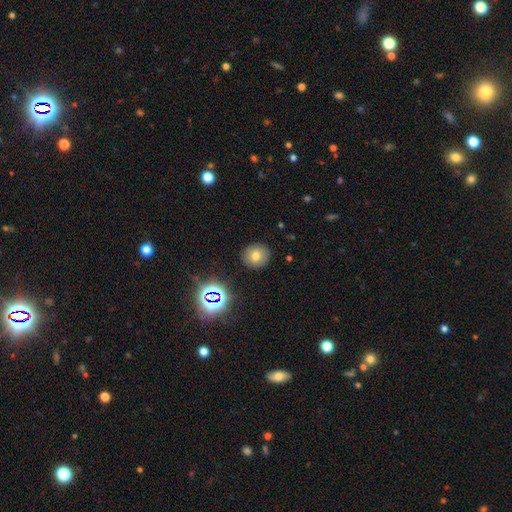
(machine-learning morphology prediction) smooth-or-featured: smooth: 69% | star or artifact: 18% | featured or disk: 13%
  how-rounded: round: 84% | in between: 15% | cigar-shaped: 1%
  merging: none: 88% | minor disturbance: 8% | major disturbance: 2% | merger: 2%